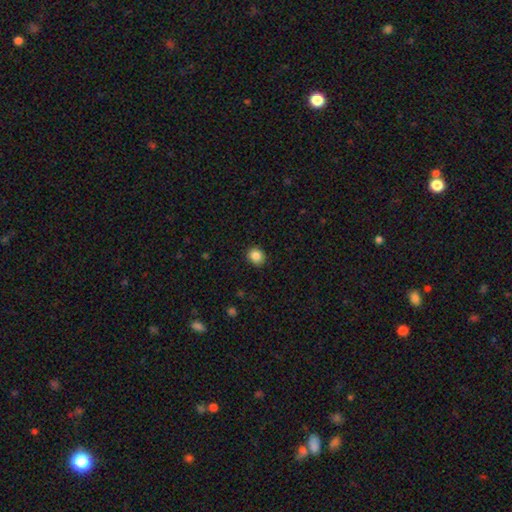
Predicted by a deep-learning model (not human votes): A smooth galaxy with no disk features (86%) that is round (78%).

Vote fractions:
- Smooth or featured? smooth: 86% / star or artifact: 10% / featured or disk: 4%
- How rounded? round: 78% / in between: 21% / cigar-shaped: 1%
- Merging? none: 89% / minor disturbance: 8% / major disturbance: 2% / merger: 1%